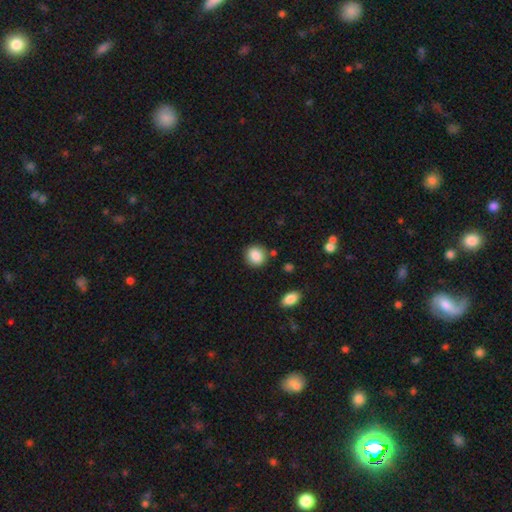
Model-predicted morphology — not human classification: Smooth or featured? Predicted: smooth (p=0.87). How rounded? Predicted: round (p=0.81). Merging? Predicted: none (p=0.84).